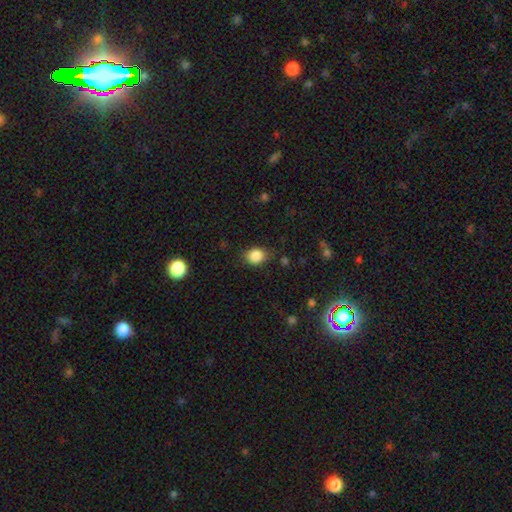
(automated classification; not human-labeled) Q: Smooth or featured?
A: smooth (86%); runner-up: star or artifact (10%)
Q: How rounded?
A: round (53%); runner-up: in between (46%)
Q: Merging?
A: none (78%); runner-up: minor disturbance (16%)